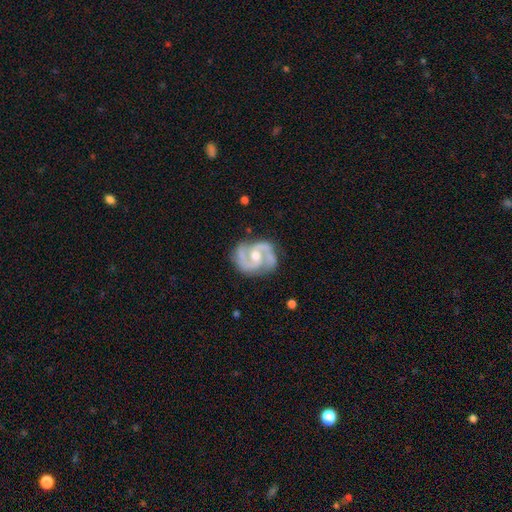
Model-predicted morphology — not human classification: Q: Smooth or featured?
A: featured or disk (91%); runner-up: smooth (4%)
Q: Edge-on disk?
A: no (98%); runner-up: yes (2%)
Q: Bar?
A: no (44%); runner-up: weak (41%)
Q: Spiral arms?
A: yes (98%); runner-up: no (2%)
Q: Spiral winding?
A: medium (59%); runner-up: tight (28%)
Q: Spiral arm count?
A: 2 (90%); runner-up: 3 (4%)
Q: Bulge size?
A: moderate (70%); runner-up: small (24%)
Q: Merging?
A: none (79%); runner-up: minor disturbance (15%)